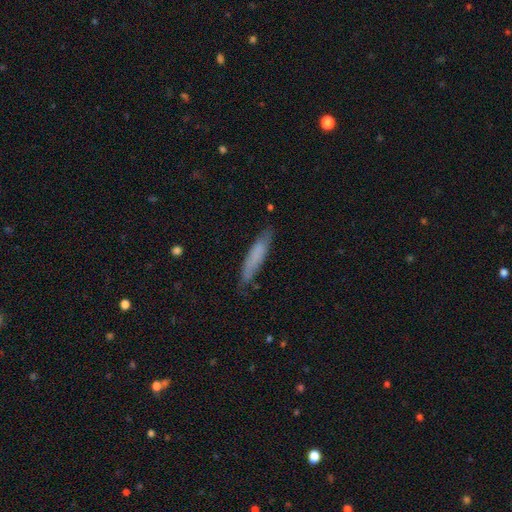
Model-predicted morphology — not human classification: smooth-or-featured: smooth: 71% | featured or disk: 23% | star or artifact: 7%
  how-rounded: cigar-shaped: 85% | in between: 13% | round: 1%
  merging: none: 77% | minor disturbance: 18% | major disturbance: 3% | merger: 2%